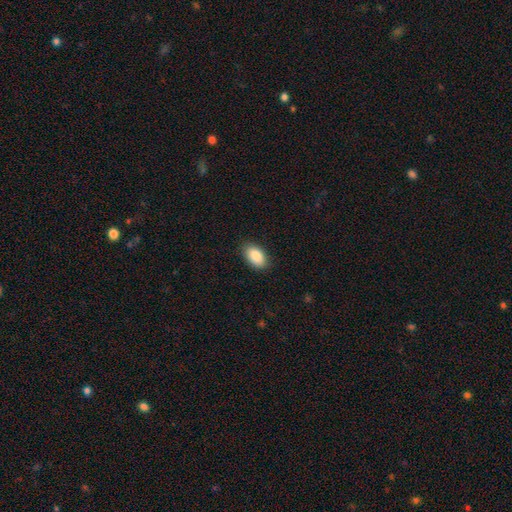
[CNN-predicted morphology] smooth-or-featured: smooth: 88% | star or artifact: 7% | featured or disk: 5%
  how-rounded: in between: 93% | round: 5% | cigar-shaped: 2%
  merging: none: 87% | minor disturbance: 10% | major disturbance: 2% | merger: 1%